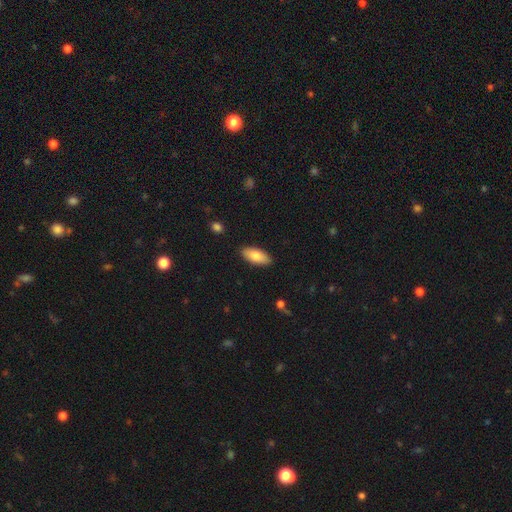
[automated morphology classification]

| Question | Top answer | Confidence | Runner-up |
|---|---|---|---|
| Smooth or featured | smooth | 82% | featured or disk (12%) |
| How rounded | in between | 85% | cigar-shaped (13%) |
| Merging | none | 89% | minor disturbance (8%) |